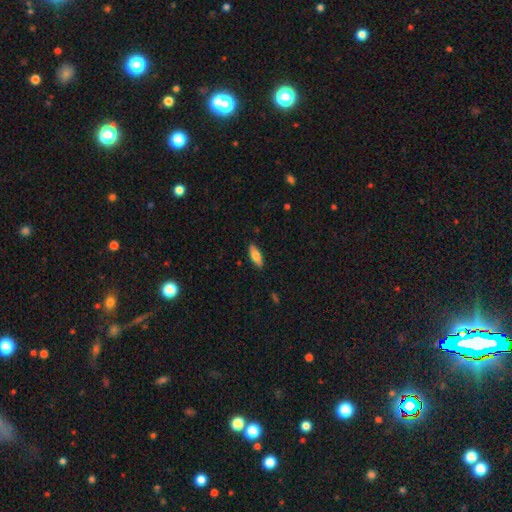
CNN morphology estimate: smooth-or-featured: smooth: 77% | featured or disk: 17% | star or artifact: 6%
  how-rounded: in between: 70% | cigar-shaped: 29% | round: 2%
  merging: none: 88% | minor disturbance: 9% | major disturbance: 2% | merger: 1%